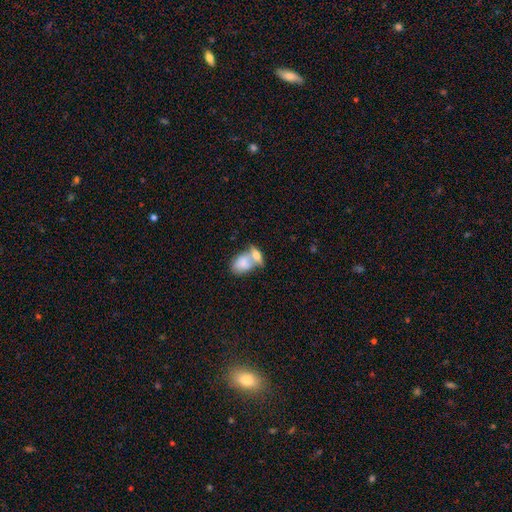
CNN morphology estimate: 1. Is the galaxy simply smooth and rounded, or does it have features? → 70% smooth, 23% featured or disk, 7% star or artifact.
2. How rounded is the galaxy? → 83% in between, 12% round, 6% cigar-shaped.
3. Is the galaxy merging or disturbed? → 68% merger, 20% none, 7% minor disturbance, 4% major disturbance.